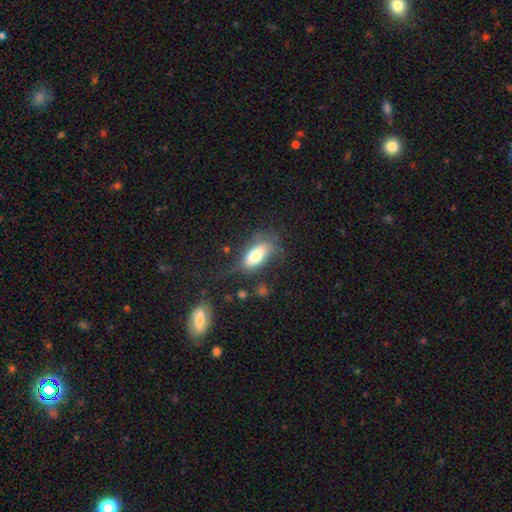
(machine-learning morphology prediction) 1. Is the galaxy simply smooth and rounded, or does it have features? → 72% smooth, 20% featured or disk, 8% star or artifact.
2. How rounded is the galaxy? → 85% in between, 11% cigar-shaped, 4% round.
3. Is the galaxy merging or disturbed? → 50% none, 25% minor disturbance, 22% major disturbance, 4% merger.